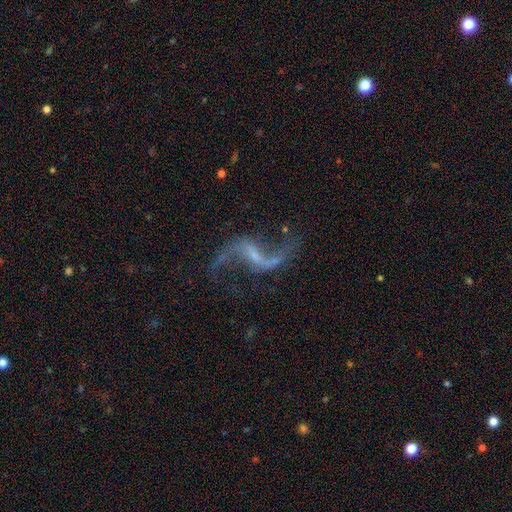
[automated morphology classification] This is clearly a featured or disk galaxy (90%). It is clearly not viewed edge-on (97%). Bar: possibly weak (45%). Spiral arm pattern: clearly yes (96%). Spiral arm count: clearly 2 (94%). Spiral winding: clearly loose (91%). Central bulge: likely small (62%). Merging: likely none (73%).